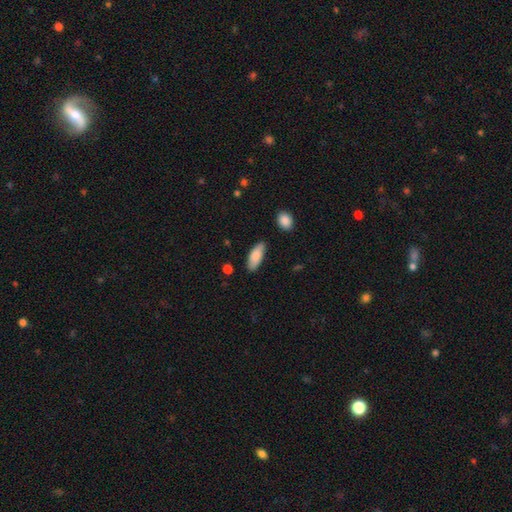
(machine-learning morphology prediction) A smooth galaxy with no disk features (85%) that is in between round and cigar-shaped (76%). Merging: none (81%).